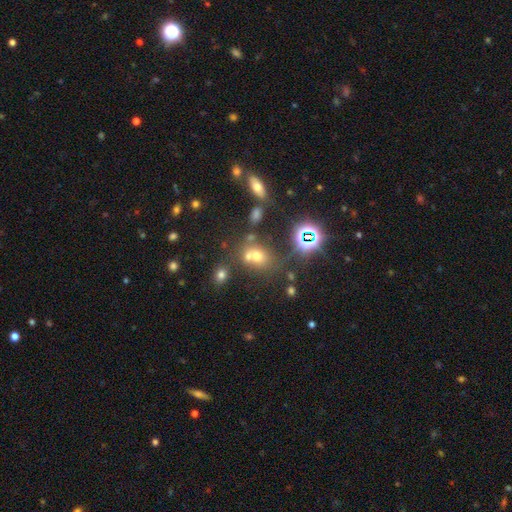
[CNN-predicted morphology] type=smooth (55%); roundness=round (54%); merging=none (46%).